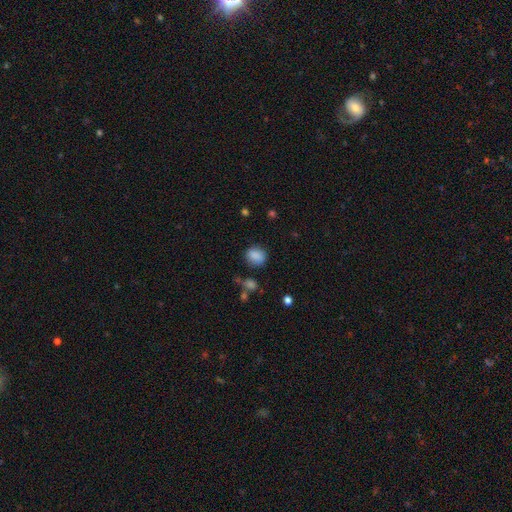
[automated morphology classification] Smooth or featured? smooth (85%)
How rounded? round (54%)
Merging? none (78%)